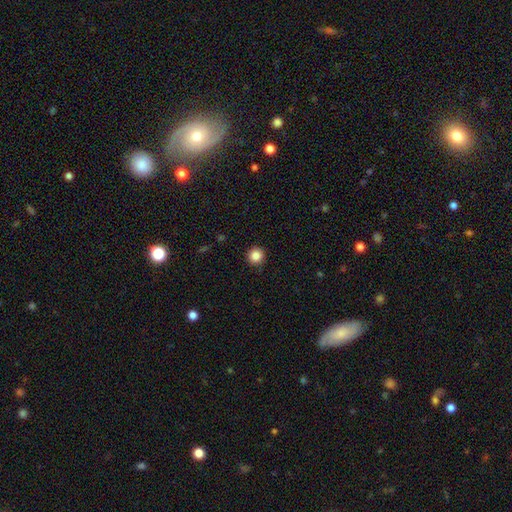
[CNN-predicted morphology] Overall: smooth (86%). How rounded: round (95%). Merging: none (91%).